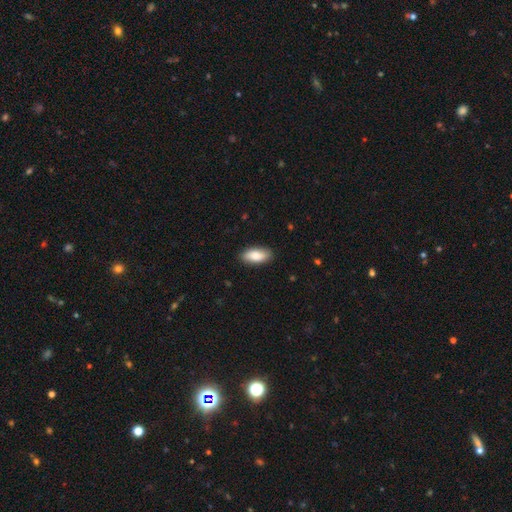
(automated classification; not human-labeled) A smooth galaxy with no disk features (85%) that is in between round and cigar-shaped (87%).

Vote fractions:
- Smooth or featured? smooth: 85% / featured or disk: 9% / star or artifact: 6%
- How rounded? in between: 87% / cigar-shaped: 11% / round: 2%
- Merging? none: 87% / minor disturbance: 10% / major disturbance: 2% / merger: 1%